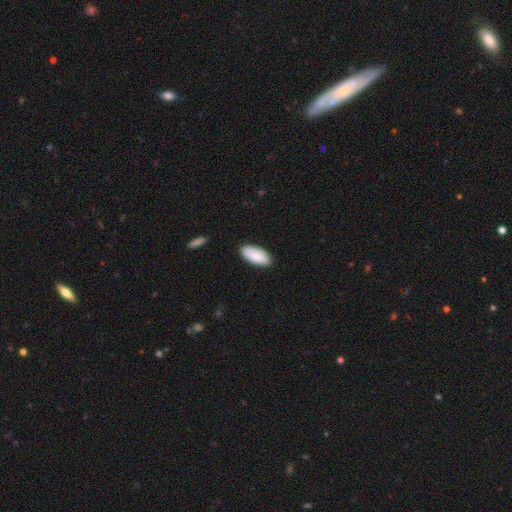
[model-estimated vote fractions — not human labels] smooth 78%, featured or disk 16%, star or artifact 6%. Down the decision tree: how rounded — in between (91%); merging — none (85%).